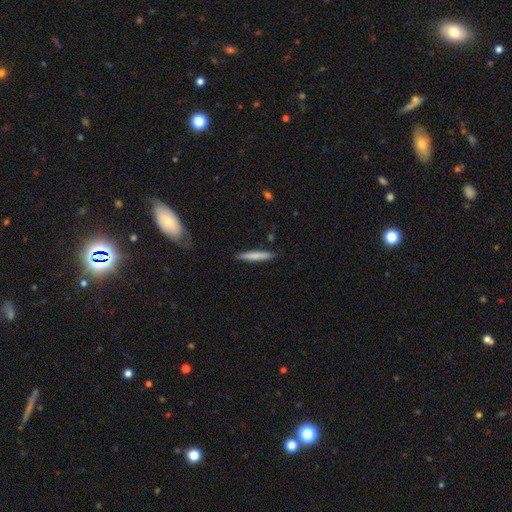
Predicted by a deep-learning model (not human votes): Smooth or featured? Predicted: smooth (p=0.78). How rounded? Predicted: cigar-shaped (p=0.93). Merging? Predicted: none (p=0.89).